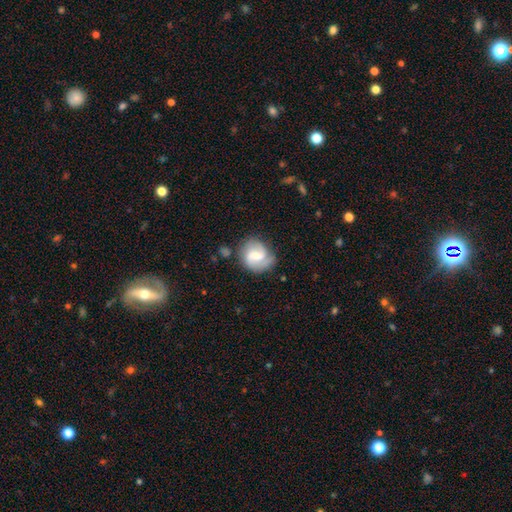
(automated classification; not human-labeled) A featured or disk galaxy (72%) with a weak bar (56%), 2 (75%) medium (48%) spiral arms (93%) and a moderate central bulge (46%). Merging: none (67%).